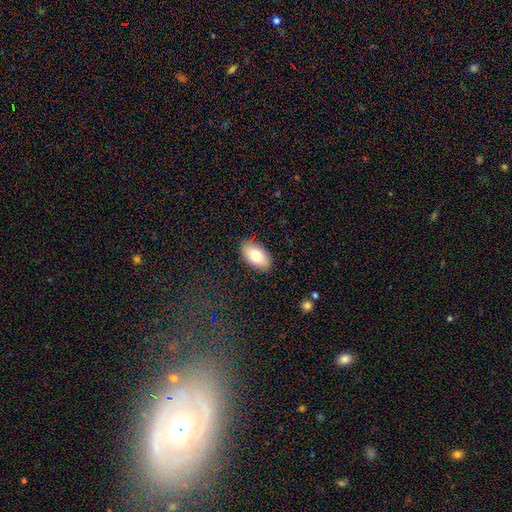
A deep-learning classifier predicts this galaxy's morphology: smooth 77%, featured or disk 17%, star or artifact 6%. Down the decision tree: how rounded — in between (94%); merging — none (88%).